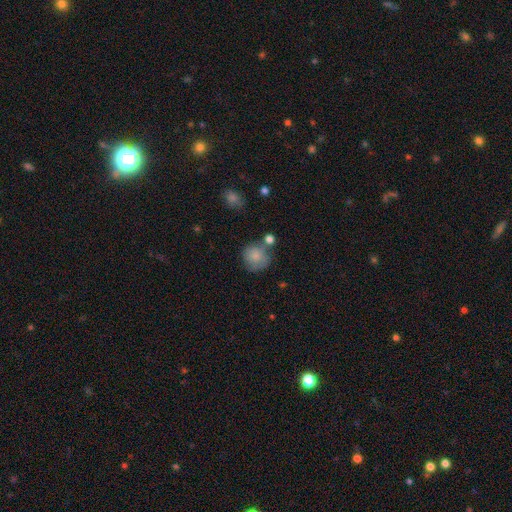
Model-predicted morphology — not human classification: smooth 81%, featured or disk 11%, star or artifact 8%. Down the decision tree: how rounded — round (87%); merging — none (58%).